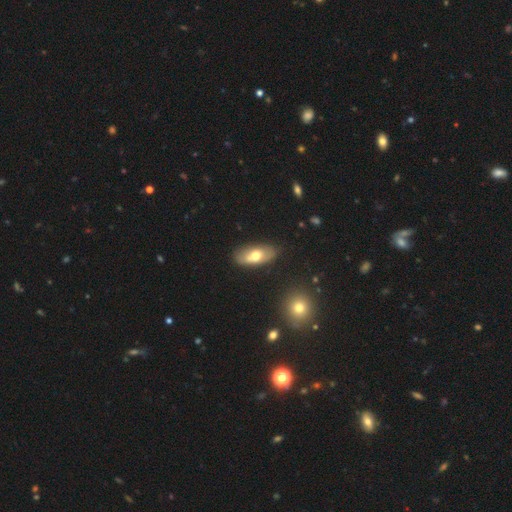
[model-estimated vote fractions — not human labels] A smooth galaxy with no disk features (59%) that is in between round and cigar-shaped (86%).

Vote fractions:
- Smooth or featured? smooth: 59% / featured or disk: 35% / star or artifact: 7%
- How rounded? in between: 86% / cigar-shaped: 10% / round: 4%
- Merging? none: 78% / minor disturbance: 15% / merger: 4% / major disturbance: 4%